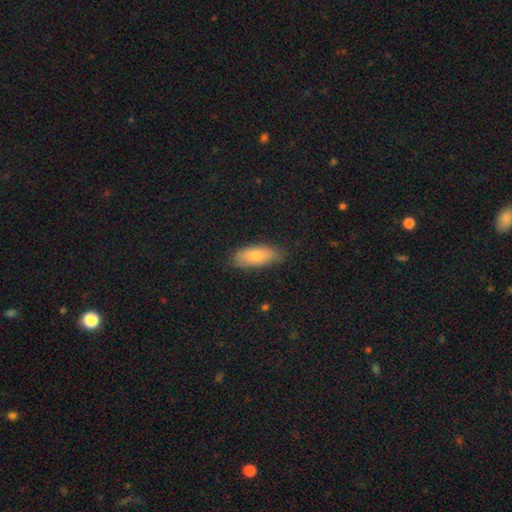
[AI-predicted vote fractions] smooth 75%, featured or disk 18%, star or artifact 7%. Down the decision tree: how rounded — in between (81%); merging — none (81%).